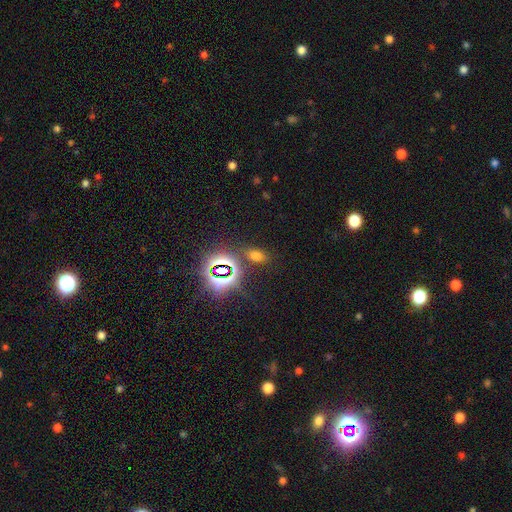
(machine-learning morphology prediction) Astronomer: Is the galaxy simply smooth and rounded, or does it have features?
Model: smooth — 54% (runner-up: star or artifact, 39%).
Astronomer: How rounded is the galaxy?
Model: in between — 83%.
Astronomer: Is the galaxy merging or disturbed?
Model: none — 78%.